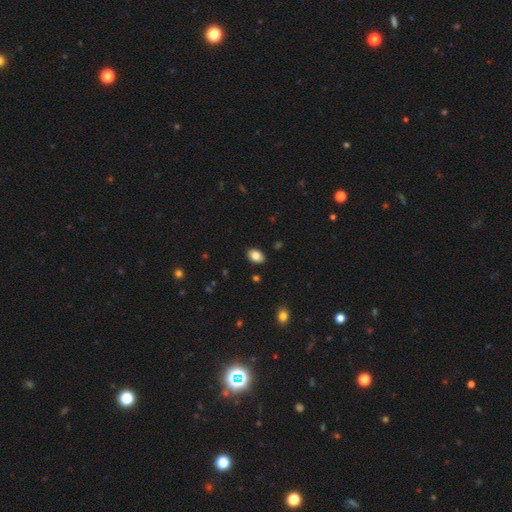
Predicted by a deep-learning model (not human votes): smooth 84%, star or artifact 8%, featured or disk 8%. Down the decision tree: how rounded — in between (84%); merging — none (89%).